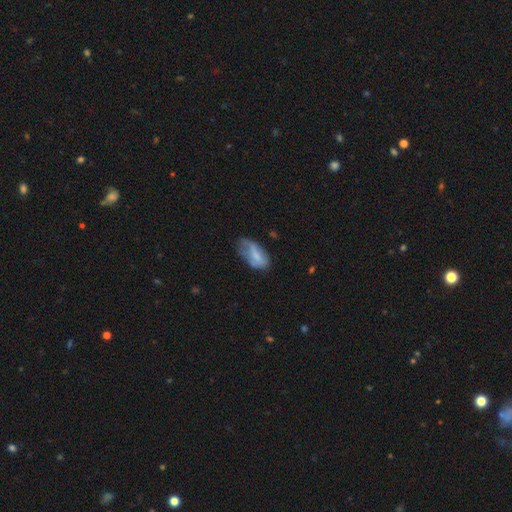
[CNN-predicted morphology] Smooth or featured? Predicted: smooth (p=0.67). How rounded? Predicted: in between (p=0.92). Merging? Predicted: minor disturbance (p=0.39, tied with none).